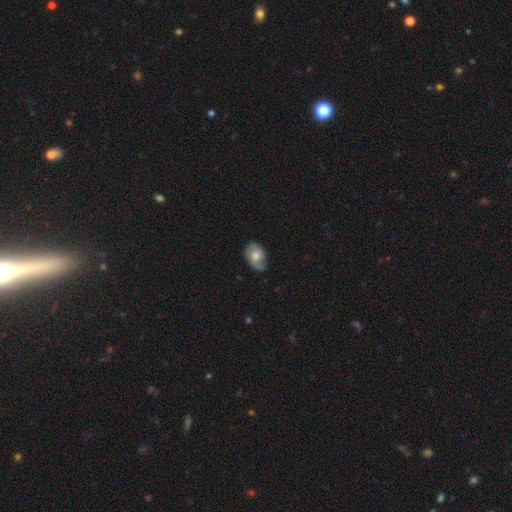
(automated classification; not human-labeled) Morphology: type=smooth (48%); merging=none (59%).